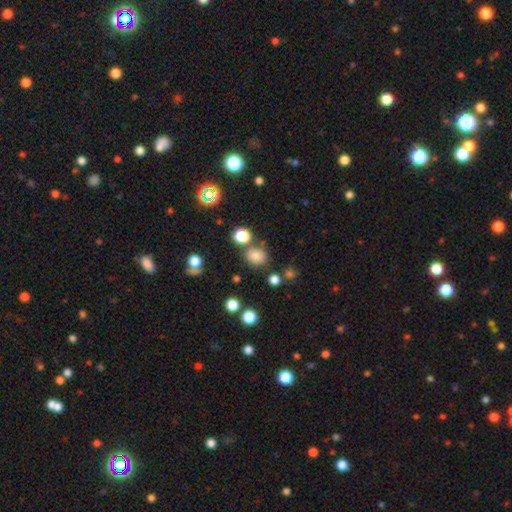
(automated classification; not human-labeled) Smooth or featured? Predicted: smooth (p=0.79). How rounded? Predicted: round (p=0.66). Merging? Predicted: none (p=0.72).